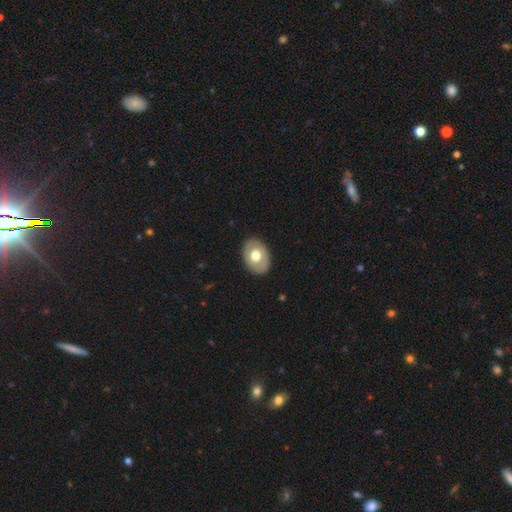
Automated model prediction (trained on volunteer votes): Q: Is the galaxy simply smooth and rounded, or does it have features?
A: smooth — 61%.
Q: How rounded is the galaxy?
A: in between — 75%.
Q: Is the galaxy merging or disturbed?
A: none — 87%.